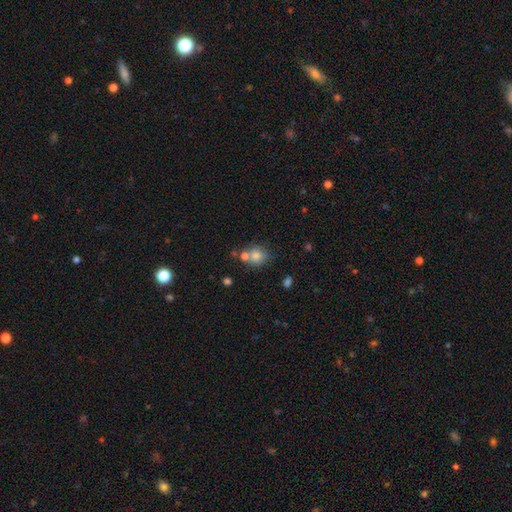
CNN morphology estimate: smooth_or_featured: smooth (p=0.77) [alt: featured or disk p=0.12]
how_rounded: round (p=0.77) [alt: in between p=0.22]
merging: none (p=0.57) [alt: merger p=0.28]